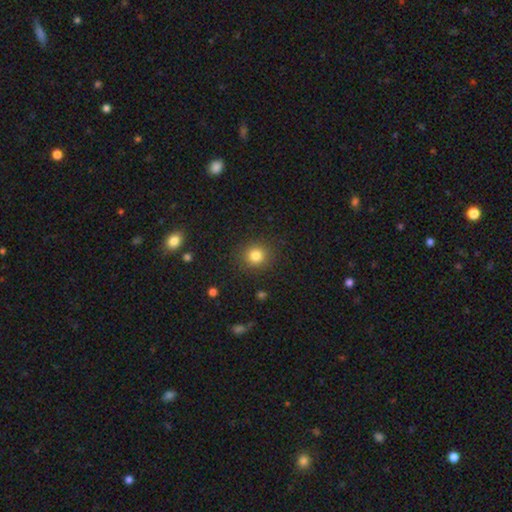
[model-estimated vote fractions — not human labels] Smooth or featured?
  - smooth: 82% *
  - star or artifact: 12%
  - featured or disk: 6%
How rounded?
  - round: 88% *
  - in between: 11%
  - cigar-shaped: 1%
Merging?
  - none: 89% *
  - minor disturbance: 7%
  - major disturbance: 3%
  - merger: 1%